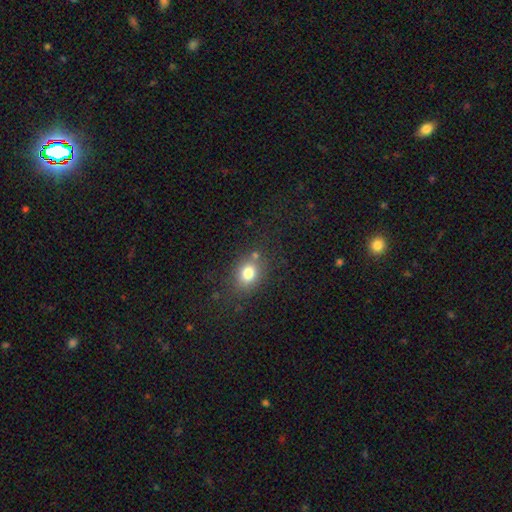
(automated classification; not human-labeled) Smooth or featured? Predicted: smooth (p=0.76). How rounded? Predicted: round (p=0.54). Merging? Predicted: none (p=0.73).